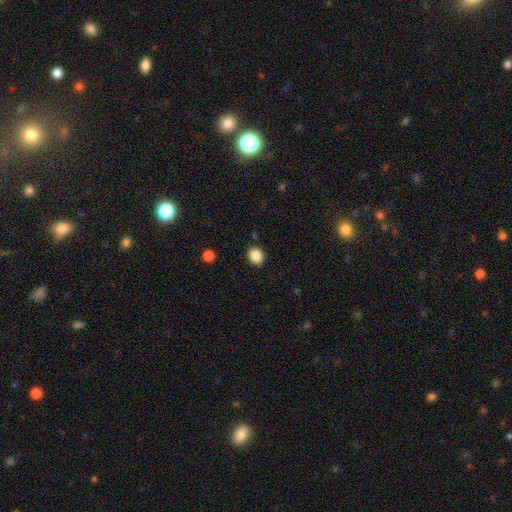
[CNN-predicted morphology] smooth-or-featured: smooth: 88% | star or artifact: 9% | featured or disk: 4%
  how-rounded: in between: 59% | round: 40% | cigar-shaped: 1%
  merging: none: 87% | minor disturbance: 9% | major disturbance: 2% | merger: 2%